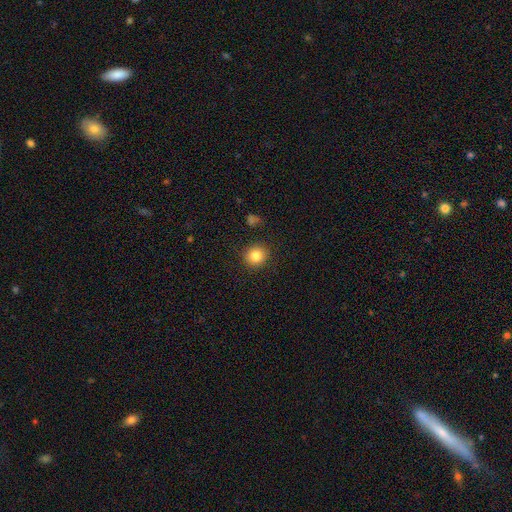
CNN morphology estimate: This appears to be a smooth galaxy with no disk features (84%) that is round (89%). Merging: none (89%).